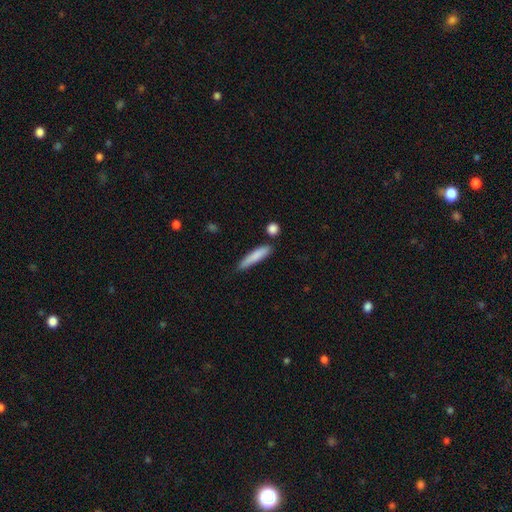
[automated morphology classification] This is clearly a smooth galaxy (82%). How rounded: clearly cigar-shaped (86%). Merging: likely none (72%).